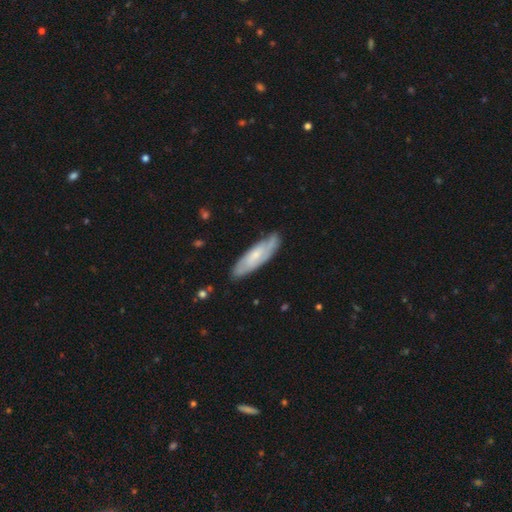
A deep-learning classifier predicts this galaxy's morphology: Smooth or featured? Predicted: featured or disk (p=0.55). Edge-on disk? Predicted: no (p=0.74). Merging? Predicted: none (p=0.79).